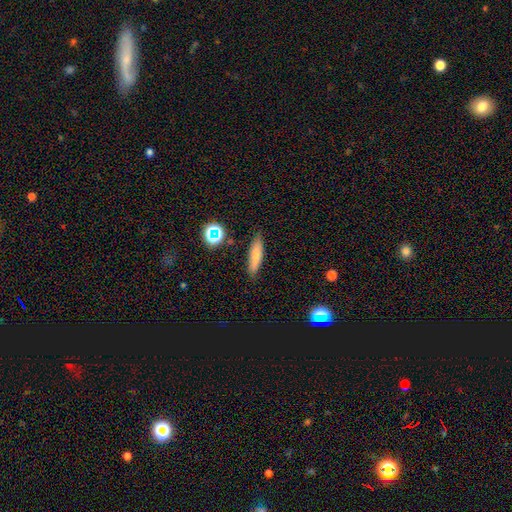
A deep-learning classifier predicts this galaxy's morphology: The model was most divided on "how rounded": cigar-shaped: 74%, in between: 24%, round: 3%. More confident: merging — none (84%); smooth or featured — smooth (72%).